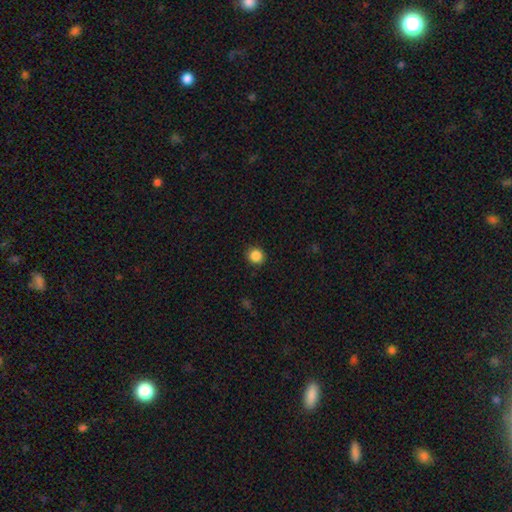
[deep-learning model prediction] Smooth or featured: smooth — 87% (star or artifact — 10%)
How rounded: round — 91% (in between — 8%)
Merging: none — 91% (minor disturbance — 6%)